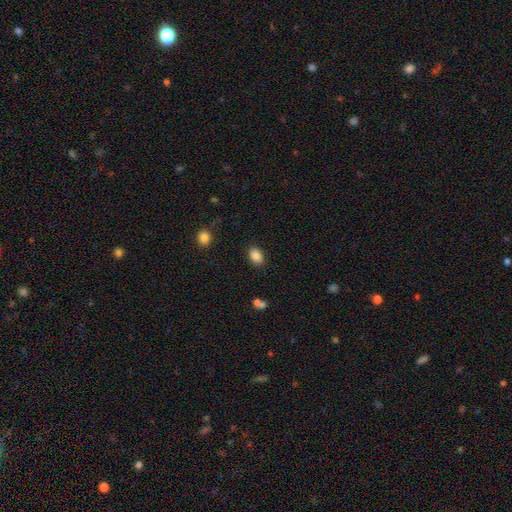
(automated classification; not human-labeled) This is clearly a smooth galaxy (87%). How rounded: likely in between (76%). Merging: clearly none (85%).